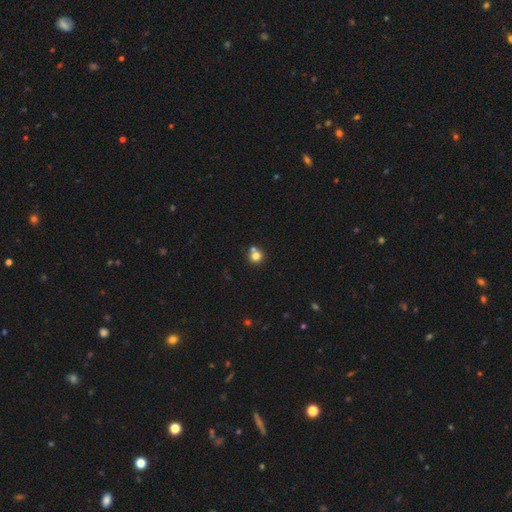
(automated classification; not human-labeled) Q: Smooth or featured?
A: smooth (77%); runner-up: star or artifact (13%)
Q: How rounded?
A: round (90%); runner-up: in between (9%)
Q: Merging?
A: none (61%); runner-up: merger (29%)